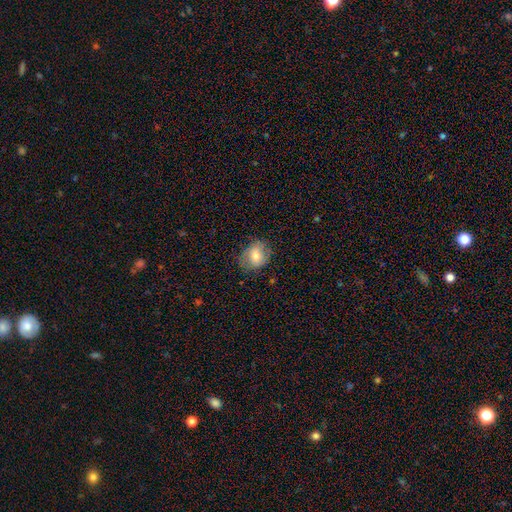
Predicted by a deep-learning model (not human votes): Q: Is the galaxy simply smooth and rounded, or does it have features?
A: smooth — 68%.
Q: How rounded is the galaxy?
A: round — 51%.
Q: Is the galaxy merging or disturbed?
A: none — 69%.